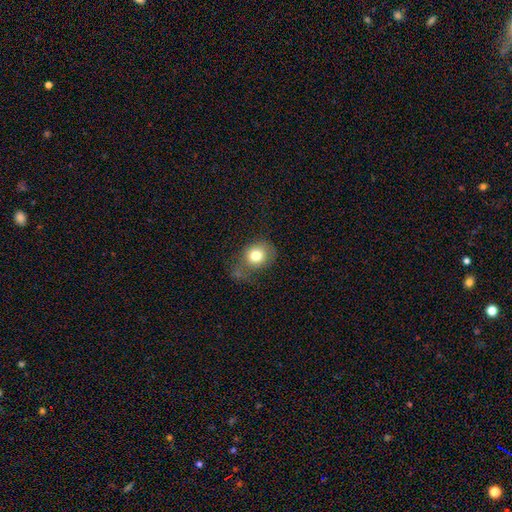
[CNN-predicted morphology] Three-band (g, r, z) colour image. It shows a smooth galaxy with no disk features (77%) that is round (67%). Merging: none (47%).